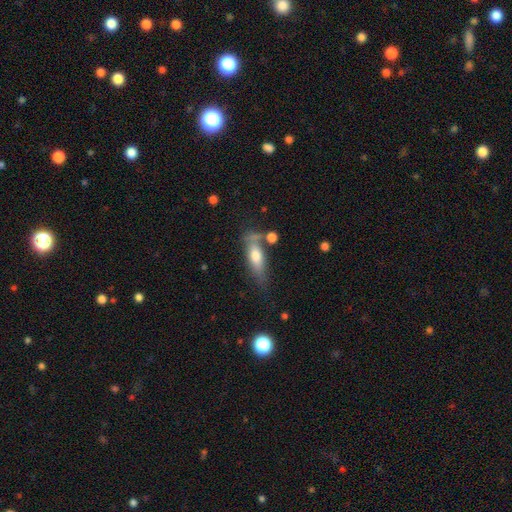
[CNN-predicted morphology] type=smooth (62%); roundness=in between (56%); merging=none (54%).